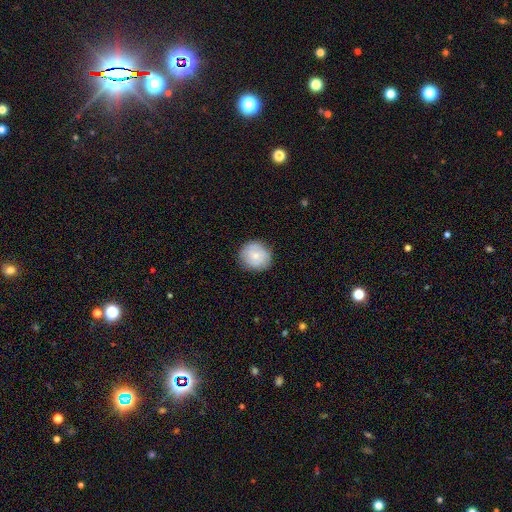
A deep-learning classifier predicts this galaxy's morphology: Q: Smooth or featured?
A: smooth (61%); runner-up: featured or disk (32%)
Q: How rounded?
A: round (87%); runner-up: in between (12%)
Q: Merging?
A: none (84%); runner-up: minor disturbance (12%)